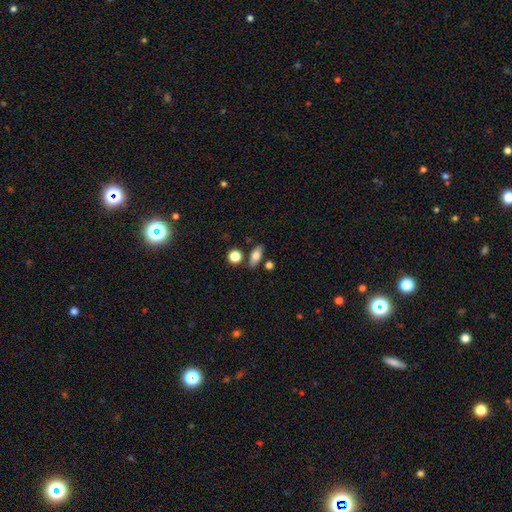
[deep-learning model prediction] Smooth or featured?
  - smooth: 71% *
  - featured or disk: 20%
  - star or artifact: 8%
How rounded?
  - in between: 76% *
  - cigar-shaped: 15%
  - round: 9%
Merging?
  - none: 79% *
  - minor disturbance: 11%
  - merger: 7%
  - major disturbance: 3%